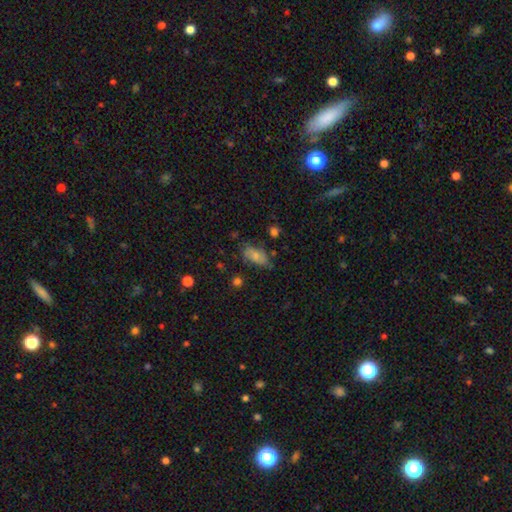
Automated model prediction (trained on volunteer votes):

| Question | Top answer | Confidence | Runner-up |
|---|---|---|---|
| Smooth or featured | smooth | 61% | featured or disk (30%) |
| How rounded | in between | 88% | round (7%) |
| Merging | none | 58% | minor disturbance (28%) |